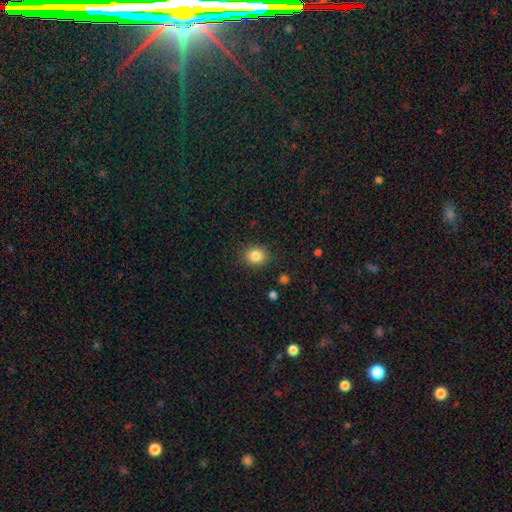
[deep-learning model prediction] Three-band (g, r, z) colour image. It shows a smooth galaxy with no disk features (84%) that is round (70%). Merging: none (88%).